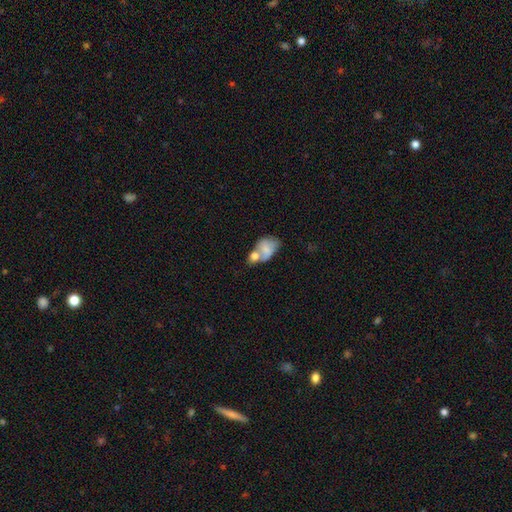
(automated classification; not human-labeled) The model was most divided on "merging": merger: 58%, none: 19%, minor disturbance: 12%, major disturbance: 10%. More confident: how rounded — in between (81%); smooth or featured — smooth (66%).